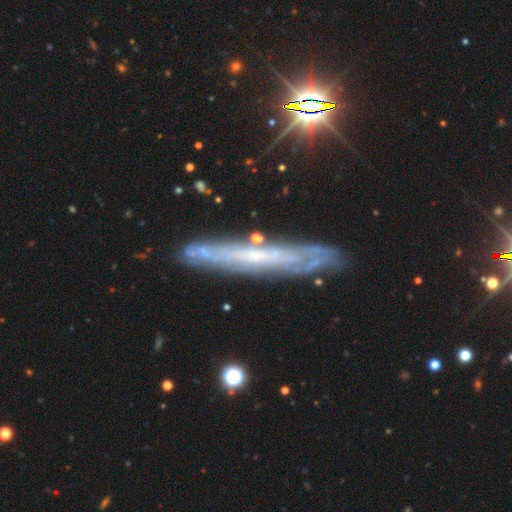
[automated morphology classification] Q: Smooth or featured?
A: featured or disk (68%); runner-up: smooth (20%)
Q: Edge-on disk?
A: yes (71%); runner-up: no (29%)
Q: Merging?
A: none (81%); runner-up: minor disturbance (14%)